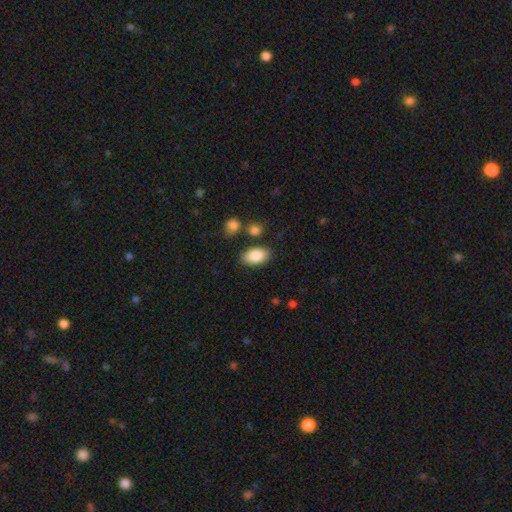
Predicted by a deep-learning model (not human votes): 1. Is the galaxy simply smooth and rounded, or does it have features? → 85% smooth, 8% featured or disk, 7% star or artifact.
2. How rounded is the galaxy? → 92% in between, 7% round, 2% cigar-shaped.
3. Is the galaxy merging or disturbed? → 81% none, 12% minor disturbance, 5% merger, 3% major disturbance.